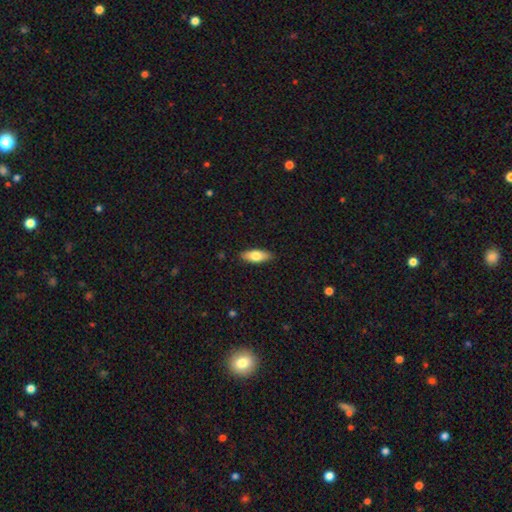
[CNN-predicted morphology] This is likely a smooth galaxy (74%). How rounded: likely in between (75%). Merging: clearly none (87%).